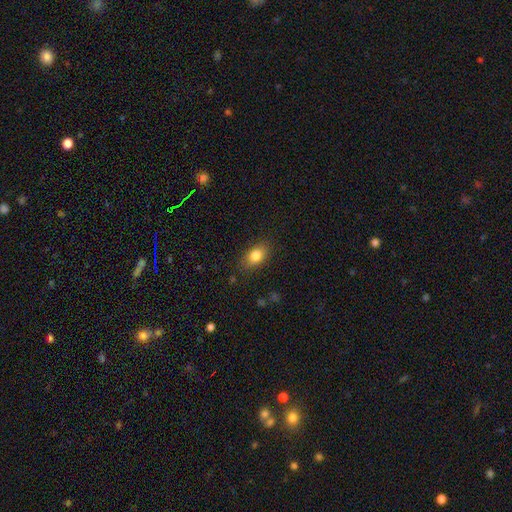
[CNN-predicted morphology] A smooth galaxy with no disk features (82%) that is in between round and cigar-shaped (83%). Merging: none (84%).